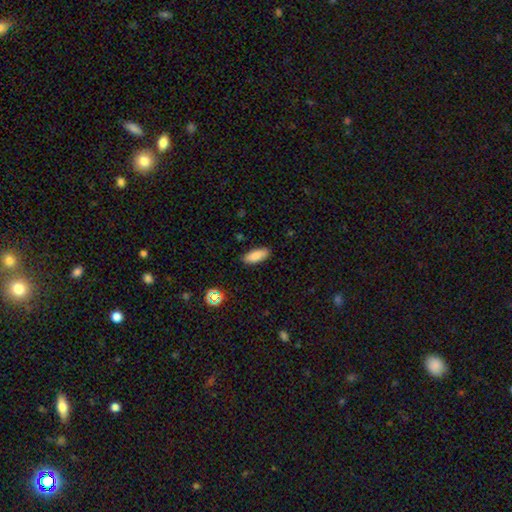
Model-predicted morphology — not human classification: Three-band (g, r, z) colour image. It shows a smooth galaxy with no disk features (84%) that is in between round and cigar-shaped (81%). Merging: none (87%).